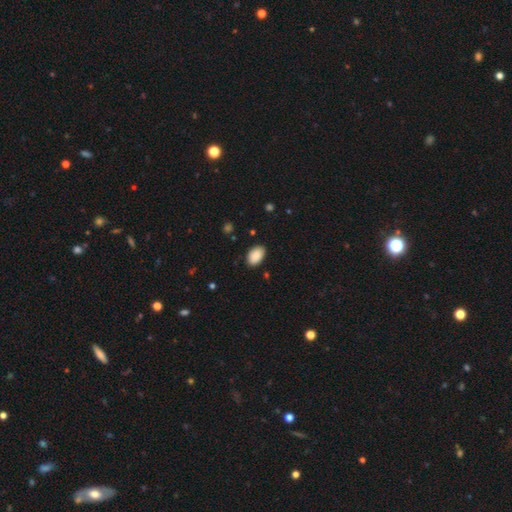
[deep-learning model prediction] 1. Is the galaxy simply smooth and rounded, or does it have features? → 89% smooth, 7% star or artifact, 4% featured or disk.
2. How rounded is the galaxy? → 91% in between, 8% round, 1% cigar-shaped.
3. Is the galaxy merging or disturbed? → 87% none, 10% minor disturbance, 2% major disturbance, 1% merger.